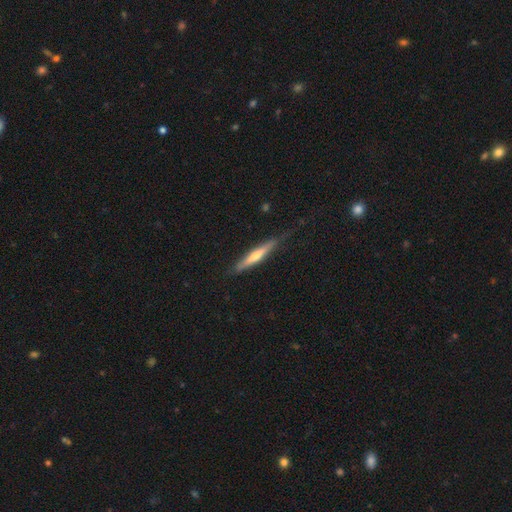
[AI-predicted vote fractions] Smooth or featured: featured or disk — 51% (smooth — 43%)
Edge-on disk: yes — 94% (no — 6%)
Merging: none — 77% (minor disturbance — 18%)